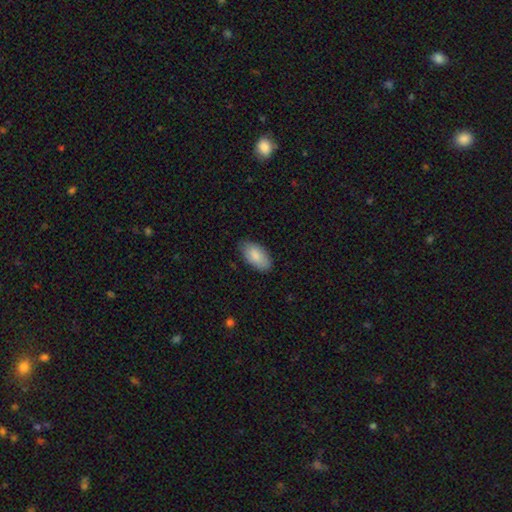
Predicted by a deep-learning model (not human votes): Q: Smooth or featured?
A: smooth (86%); runner-up: featured or disk (8%)
Q: How rounded?
A: in between (95%); runner-up: cigar-shaped (3%)
Q: Merging?
A: none (81%); runner-up: minor disturbance (16%)